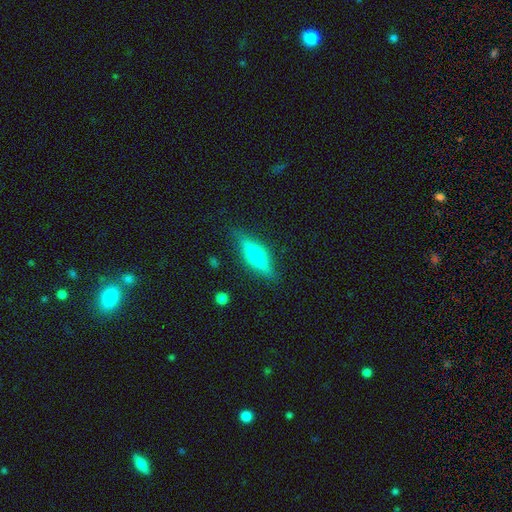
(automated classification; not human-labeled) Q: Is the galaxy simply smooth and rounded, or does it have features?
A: featured or disk — 55%.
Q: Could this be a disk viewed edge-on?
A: yes — 93%.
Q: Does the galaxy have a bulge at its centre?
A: rounded — 90%.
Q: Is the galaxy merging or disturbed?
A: none — 85%.